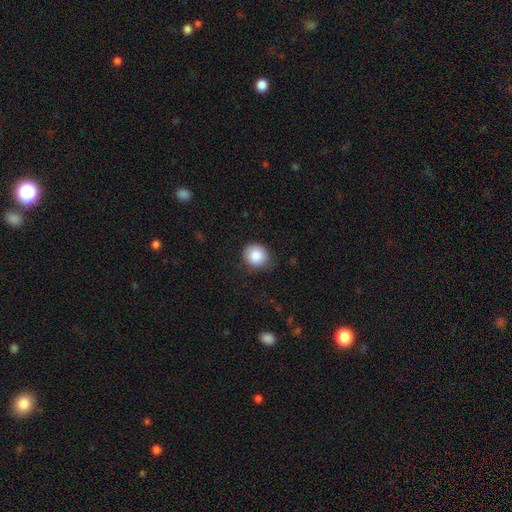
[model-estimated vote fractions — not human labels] Smooth or featured: smooth — 86% (star or artifact — 8%)
How rounded: round — 87% (in between — 12%)
Merging: none — 79% (minor disturbance — 16%)